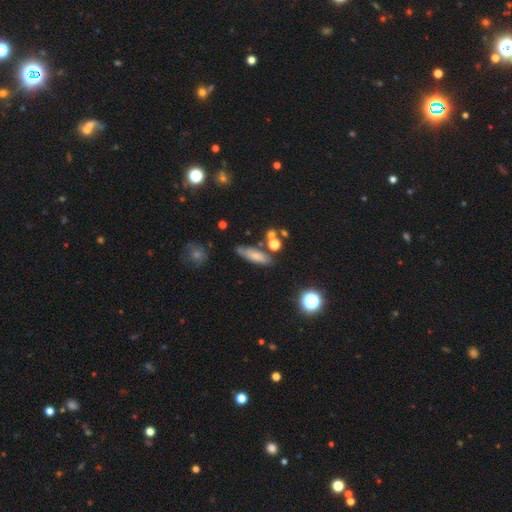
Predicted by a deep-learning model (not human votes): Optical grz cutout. It shows a smooth galaxy with no disk features (71%) that is in between round and cigar-shaped (49%). Merging: none (68%).